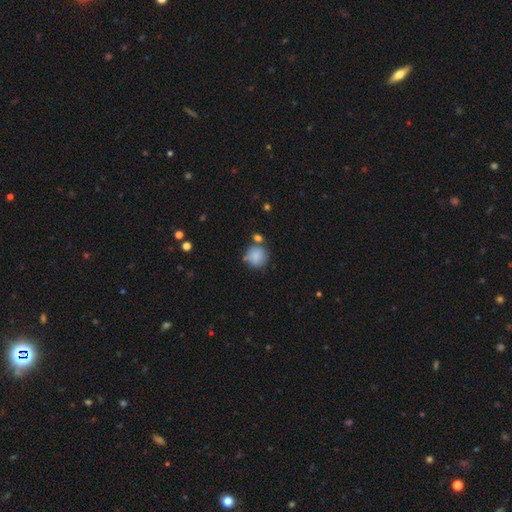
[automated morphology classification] smooth 84%, star or artifact 8%, featured or disk 7%. Down the decision tree: how rounded — round (87%); merging — none (61%).